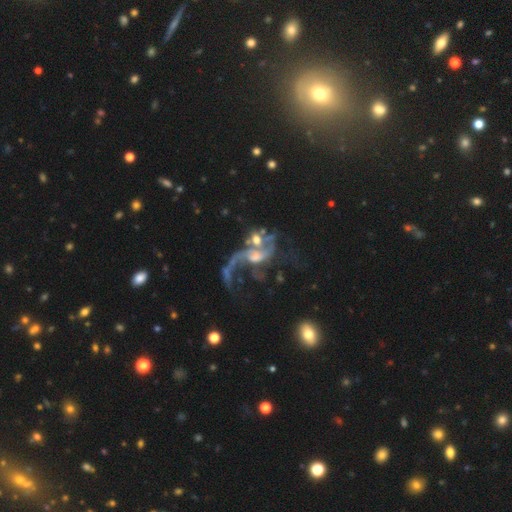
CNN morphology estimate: Q: Smooth or featured?
A: featured or disk (80%); runner-up: star or artifact (11%)
Q: Edge-on disk?
A: no (96%); runner-up: yes (4%)
Q: Bar?
A: no (53%); runner-up: weak (34%)
Q: Spiral arms?
A: yes (81%); runner-up: no (19%)
Q: Spiral winding?
A: loose (79%); runner-up: medium (16%)
Q: Spiral arm count?
A: 2 (47%); runner-up: 1 (33%)
Q: Bulge size?
A: moderate (45%); runner-up: small (37%)
Q: Merging?
A: major disturbance (39%); runner-up: merger (32%)